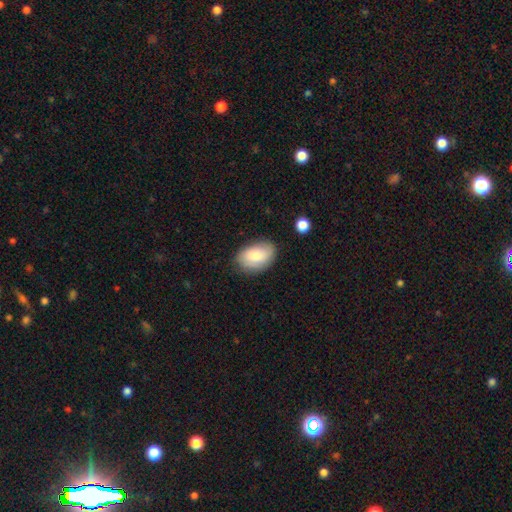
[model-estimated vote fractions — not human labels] Morphology: type=smooth (75%); roundness=in between (89%); merging=none (77%).